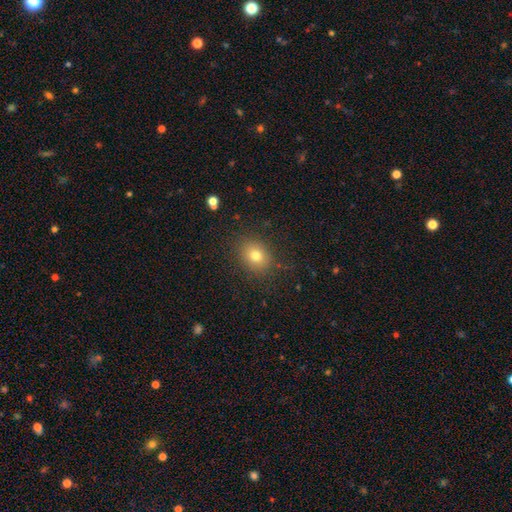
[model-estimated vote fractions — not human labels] Overall: smooth (77%). How rounded: round (60%; in between 39%). Merging: none (85%).